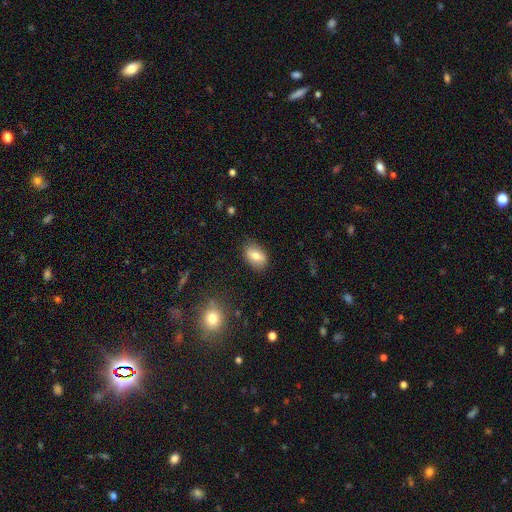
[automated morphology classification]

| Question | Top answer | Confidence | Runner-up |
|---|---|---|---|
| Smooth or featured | smooth | 73% | featured or disk (19%) |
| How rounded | in between | 86% | round (12%) |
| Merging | none | 82% | minor disturbance (13%) |